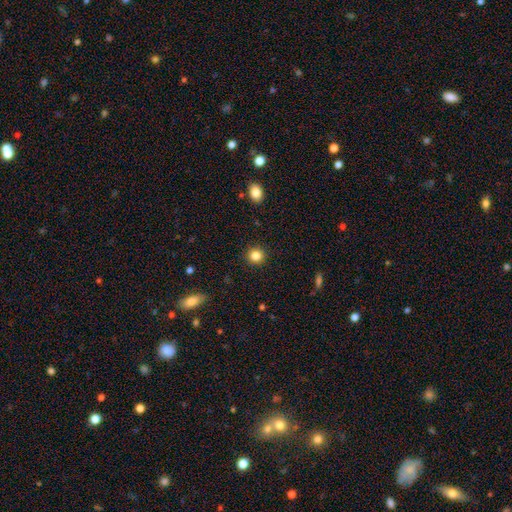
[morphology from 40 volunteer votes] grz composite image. It shows a smooth galaxy with no disk features (88%) that is round (100%). Merging: none (92%).